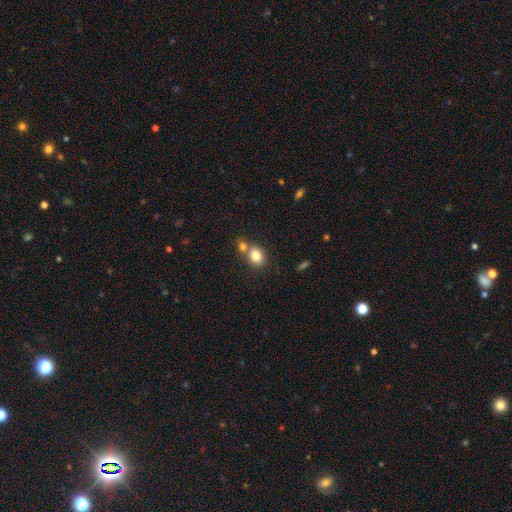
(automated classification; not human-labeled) Overall: smooth (82%). How rounded: in between (59%; round 40%). Merging: none (53%; merger 34%).